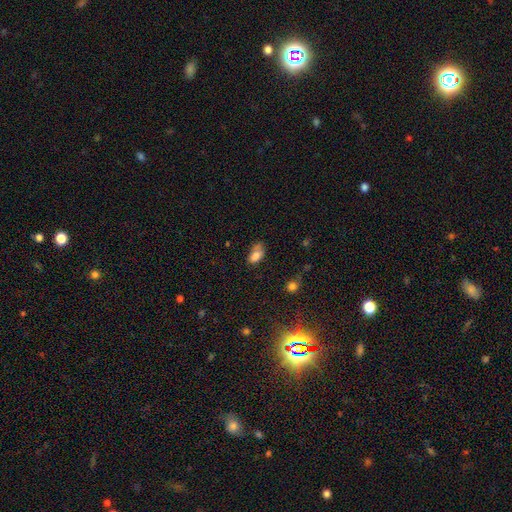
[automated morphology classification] Smooth or featured: smooth — 76% (featured or disk — 13%)
How rounded: in between — 88% (round — 9%)
Merging: none — 38% (minor disturbance — 30%)